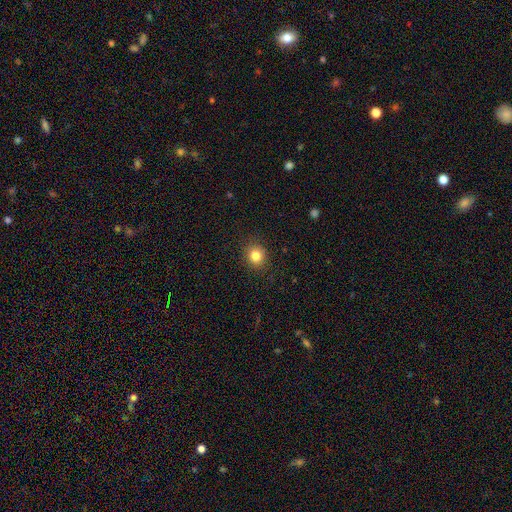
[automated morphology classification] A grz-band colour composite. It shows a smooth galaxy with no disk features (83%) that is round (82%). Merging: none (90%).